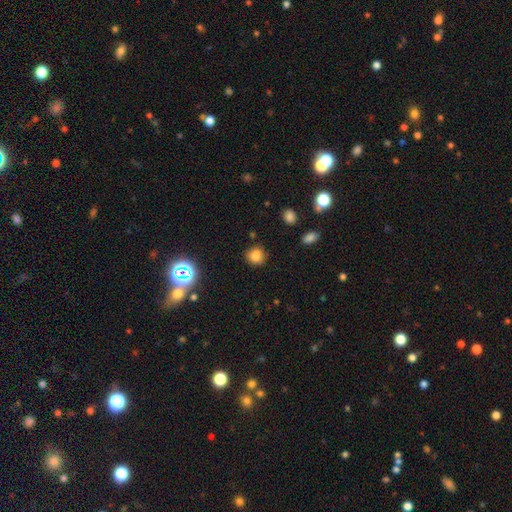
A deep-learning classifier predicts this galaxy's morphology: Smooth or featured? smooth (78%)
How rounded? round (81%)
Merging? none (80%)